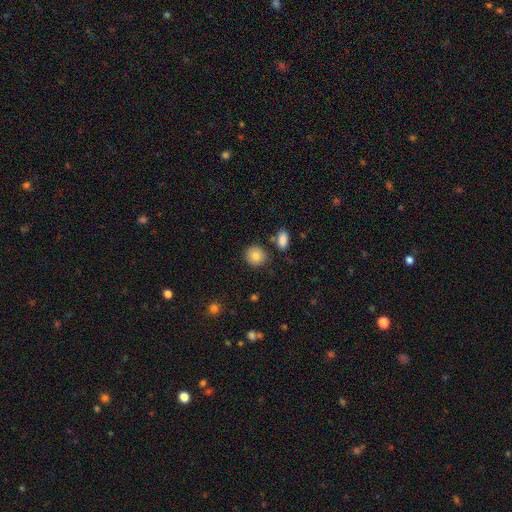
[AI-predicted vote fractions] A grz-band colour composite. It shows a smooth galaxy with no disk features (84%) that is round (88%). Merging: none (83%).